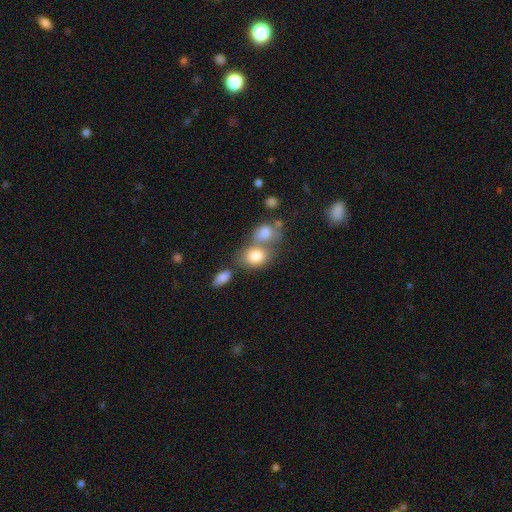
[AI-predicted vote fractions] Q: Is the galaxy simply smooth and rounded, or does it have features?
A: smooth — 79%.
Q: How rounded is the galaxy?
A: in between — 56%.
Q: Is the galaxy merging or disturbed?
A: merger — 48%.